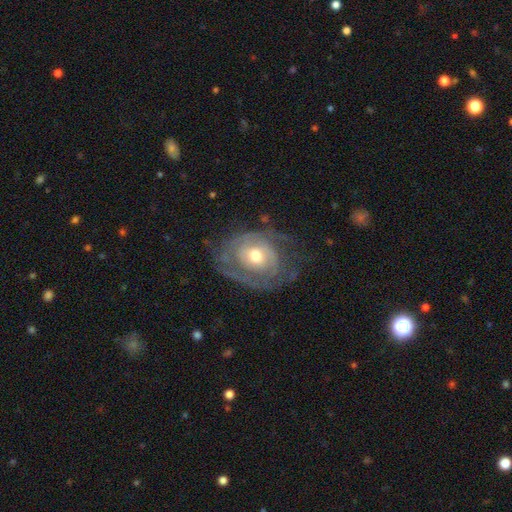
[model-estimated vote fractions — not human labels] This is likely a featured or disk galaxy (72%). It is clearly not viewed edge-on (96%). Bar: likely no (76%). Spiral arm pattern: likely yes (75%). Spiral arm count: marginally can't tell (41%). Spiral winding: possibly tight (57%). Central bulge: likely moderate (69%). Merging: possibly none (53%).